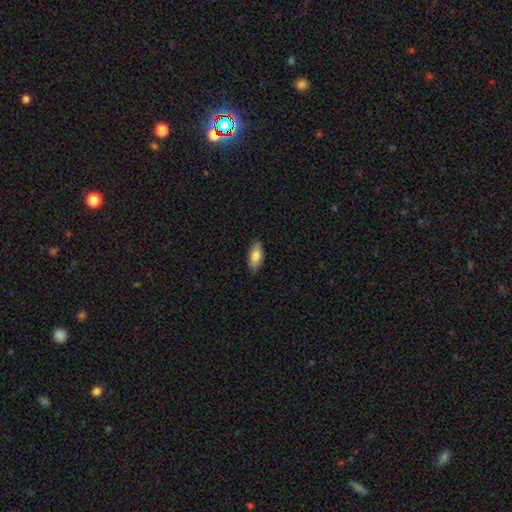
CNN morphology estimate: Smooth or featured: smooth — 82% (featured or disk — 12%)
How rounded: in between — 87% (cigar-shaped — 11%)
Merging: none — 88% (minor disturbance — 9%)